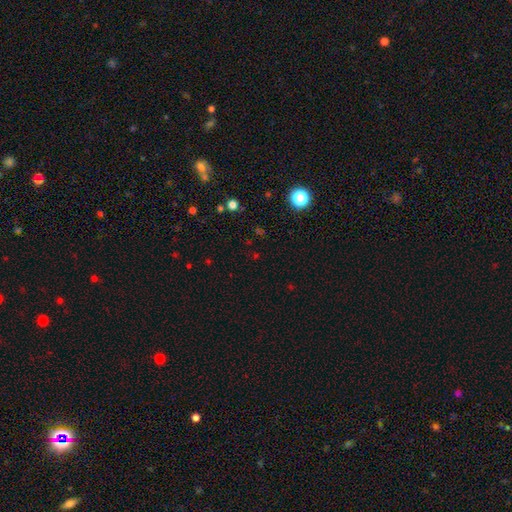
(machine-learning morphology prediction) Smooth or featured? Predicted: star or artifact (p=0.60).